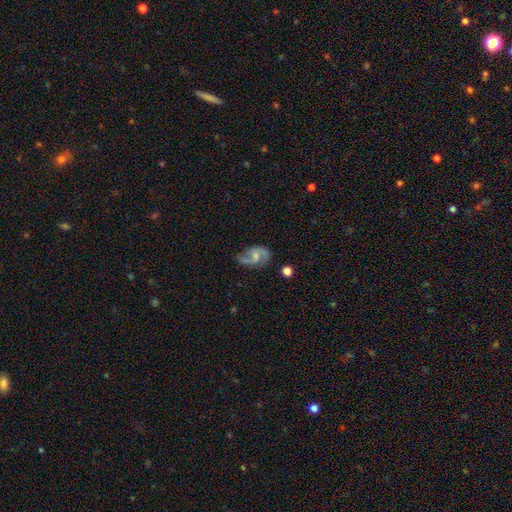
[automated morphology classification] This appears to be a featured or disk galaxy (73%) with a weak bar (47%), 2 (86%) loose (53%) spiral arms (91%) and a small central bulge (47%). Merging: none (61%).